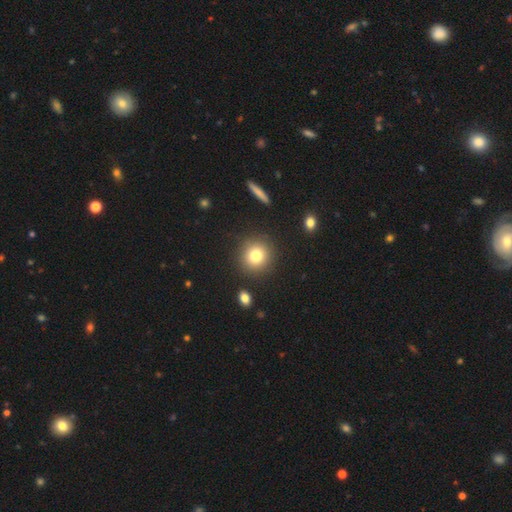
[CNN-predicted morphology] This appears to be a smooth galaxy with no disk features (79%) that is round (90%). Merging: none (89%).